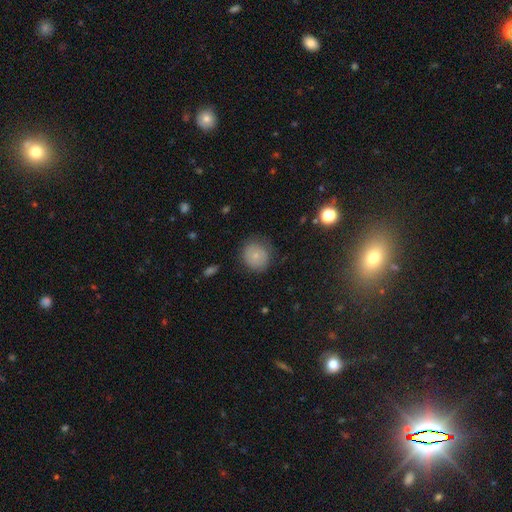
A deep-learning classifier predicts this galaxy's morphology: smooth 73%, featured or disk 18%, star or artifact 9%. Down the decision tree: how rounded — round (83%); merging — none (74%).